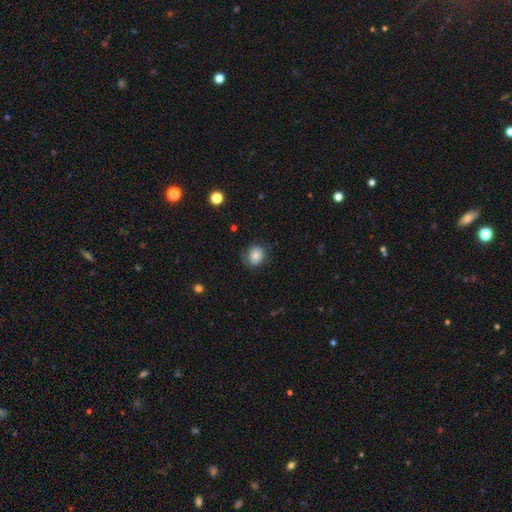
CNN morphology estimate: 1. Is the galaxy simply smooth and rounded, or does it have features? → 80% smooth, 11% featured or disk, 9% star or artifact.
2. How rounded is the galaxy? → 64% round, 35% in between, 1% cigar-shaped.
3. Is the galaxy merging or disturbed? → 72% none, 20% minor disturbance, 7% major disturbance, 1% merger.